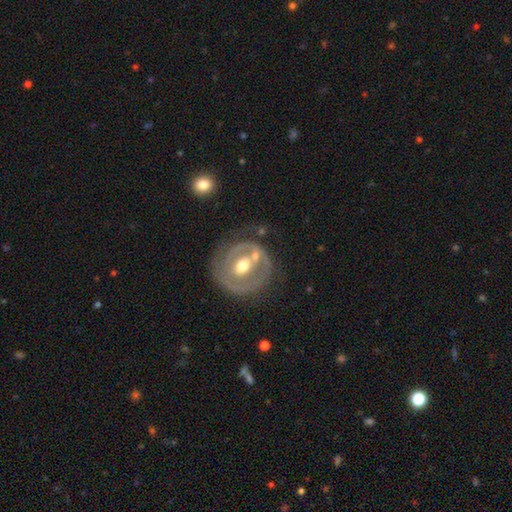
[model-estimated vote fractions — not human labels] Morphology: type=featured or disk (69%); edge-on=no (95%); bar=no (47%); spiral arms=no (67%); bulge=moderate (77%); merging=none (60%).